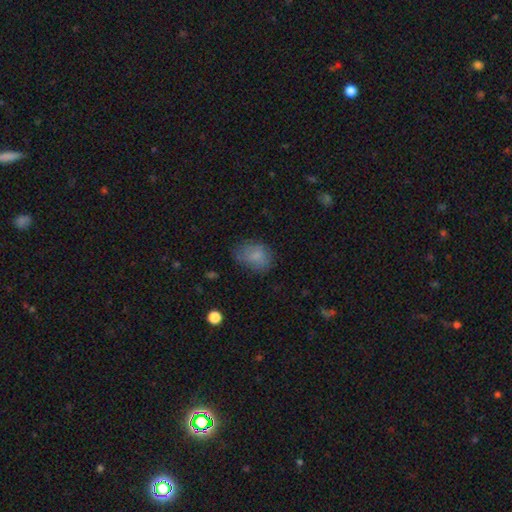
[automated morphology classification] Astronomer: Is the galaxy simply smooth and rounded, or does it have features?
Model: smooth — 80%.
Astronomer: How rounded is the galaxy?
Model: in between — 71%.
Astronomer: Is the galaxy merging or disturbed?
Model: none — 64%.